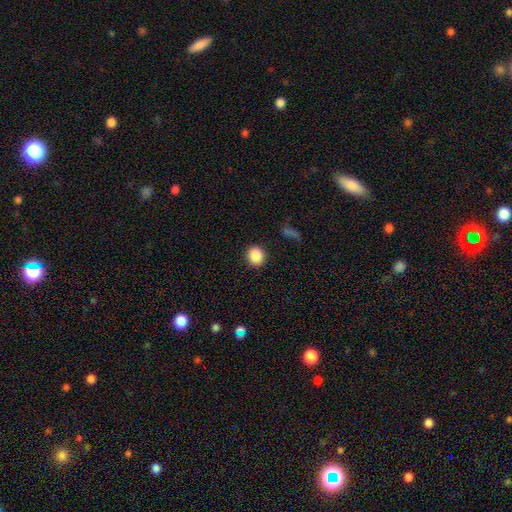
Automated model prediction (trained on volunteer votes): smooth_or_featured: smooth (p=0.88) [alt: star or artifact p=0.09]
how_rounded: round (p=0.81) [alt: in between p=0.18]
merging: none (p=0.90) [alt: minor disturbance p=0.06]